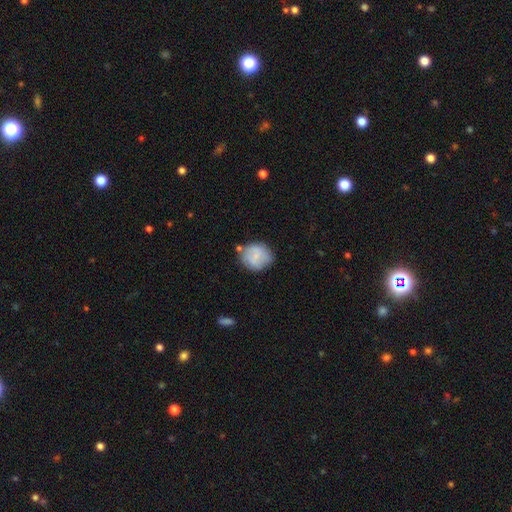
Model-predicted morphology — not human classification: smooth-or-featured: smooth: 67% | featured or disk: 26% | star or artifact: 7%
  how-rounded: round: 79% | in between: 20% | cigar-shaped: 1%
  merging: none: 67% | minor disturbance: 21% | merger: 6% | major disturbance: 6%